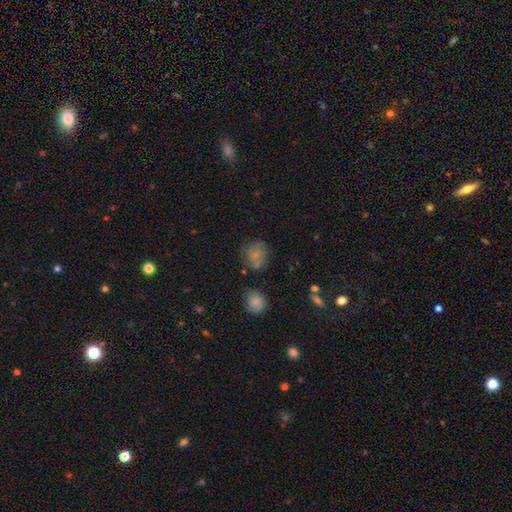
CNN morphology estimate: Smooth or featured?
  - smooth: 65% *
  - featured or disk: 23%
  - star or artifact: 12%
How rounded?
  - round: 73% *
  - in between: 25%
  - cigar-shaped: 1%
Merging?
  - none: 58% *
  - minor disturbance: 22%
  - major disturbance: 11%
  - merger: 9%